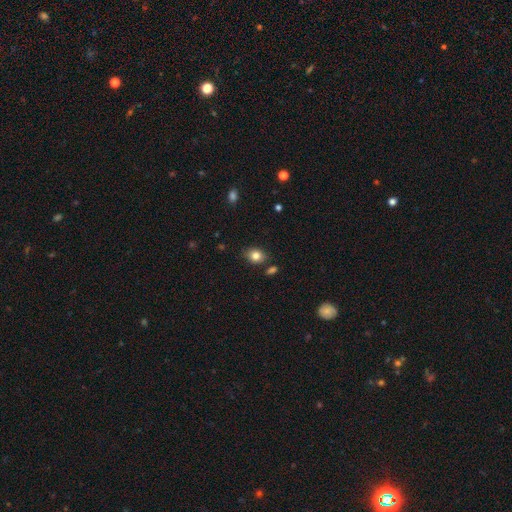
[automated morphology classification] A smooth galaxy with no disk features (82%) that is in between round and cigar-shaped (53%).

Vote fractions:
- Smooth or featured? smooth: 82% / star or artifact: 10% / featured or disk: 8%
- How rounded? in between: 53% / round: 46% / cigar-shaped: 1%
- Merging? none: 80% / minor disturbance: 13% / merger: 4% / major disturbance: 3%